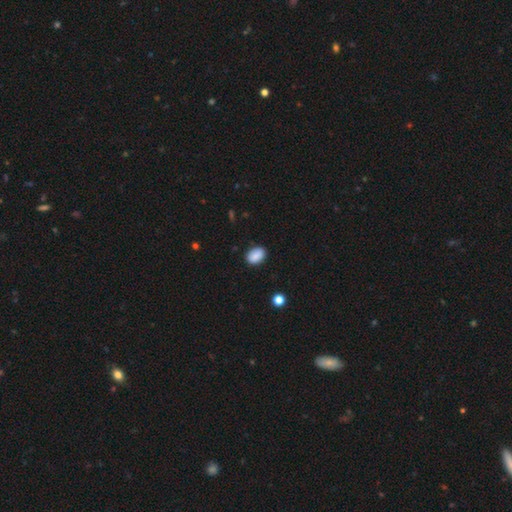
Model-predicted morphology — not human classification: Smooth or featured?
  - smooth: 88% *
  - star or artifact: 8%
  - featured or disk: 4%
How rounded?
  - in between: 78% *
  - round: 21%
  - cigar-shaped: 1%
Merging?
  - none: 86% *
  - minor disturbance: 11%
  - major disturbance: 2%
  - merger: 1%